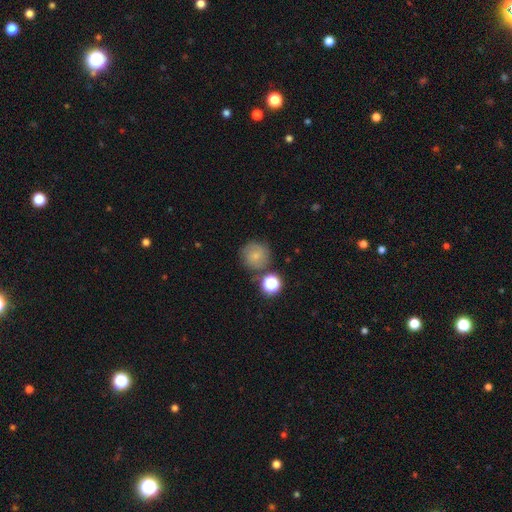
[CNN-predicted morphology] smooth-or-featured: smooth: 67% | featured or disk: 19% | star or artifact: 13%
  how-rounded: round: 93% | in between: 6% | cigar-shaped: 1%
  merging: none: 72% | minor disturbance: 14% | merger: 9% | major disturbance: 5%